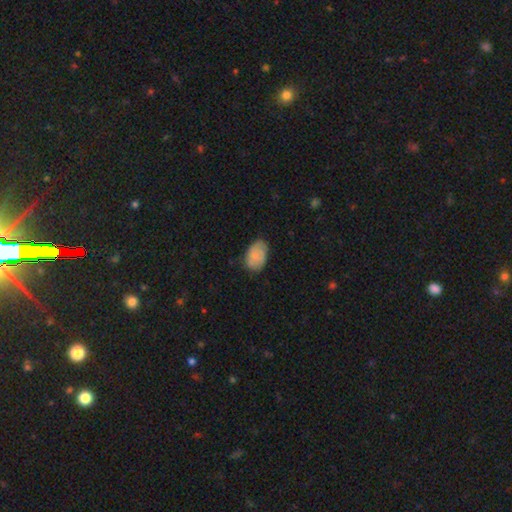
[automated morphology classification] This is likely a smooth galaxy (66%). How rounded: clearly in between (88%). Merging: likely none (68%).